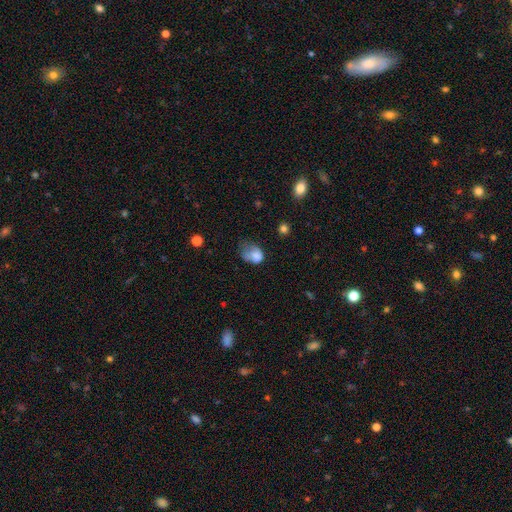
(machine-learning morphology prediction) This is likely a smooth galaxy (72%). How rounded: likely in between (67%). Merging: marginally major disturbance (38%).